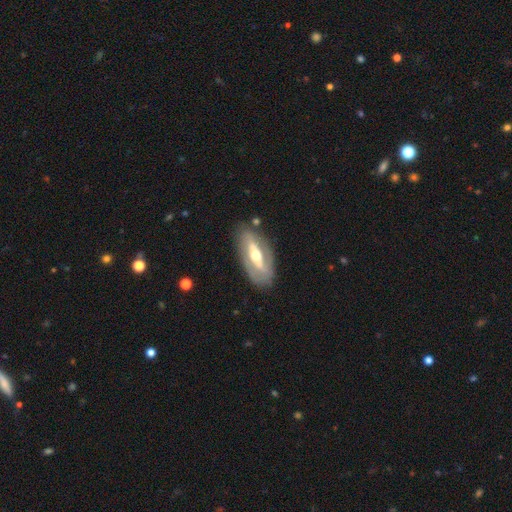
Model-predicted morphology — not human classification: featured or disk 69%, smooth 25%, star or artifact 5%. Down the decision tree: edge-on disk — no (78%); bar — strong (52%); spiral arms — no (61%); bulge size — moderate (70%); merging — none (80%).